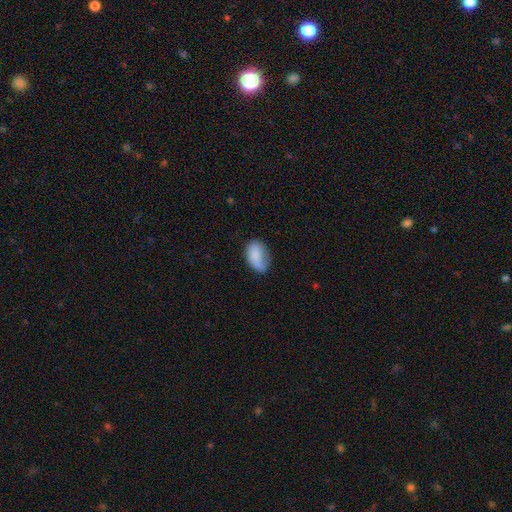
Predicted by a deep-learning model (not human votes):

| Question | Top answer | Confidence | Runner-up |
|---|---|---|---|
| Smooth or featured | smooth | 82% | featured or disk (11%) |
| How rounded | in between | 90% | round (8%) |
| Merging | none | 52% | minor disturbance (32%) |